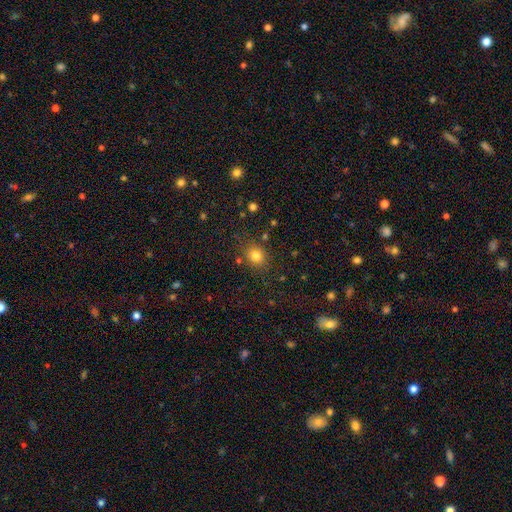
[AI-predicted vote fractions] The model was most divided on "how rounded": round: 70%, in between: 29%, cigar-shaped: 1%. More confident: merging — none (81%); smooth or featured — smooth (79%).